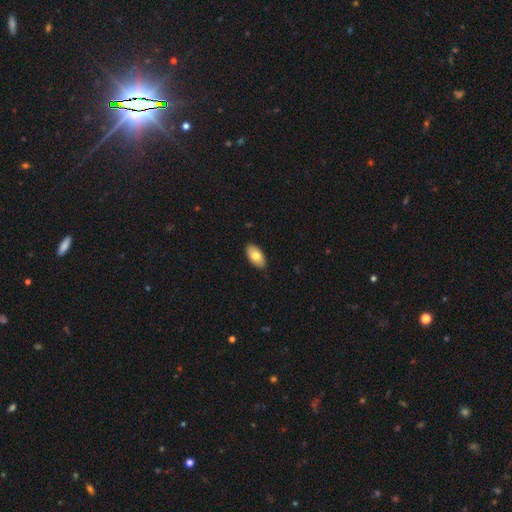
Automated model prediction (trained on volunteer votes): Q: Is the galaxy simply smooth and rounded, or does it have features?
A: smooth — 76%.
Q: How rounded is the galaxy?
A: in between — 95%.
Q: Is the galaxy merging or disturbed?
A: none — 88%.